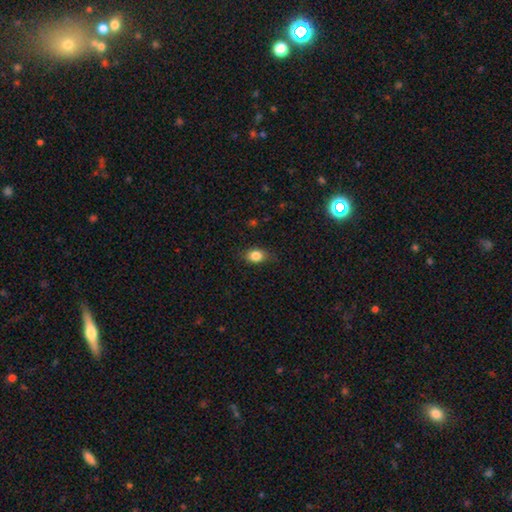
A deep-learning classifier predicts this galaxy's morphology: Q: Smooth or featured?
A: smooth (84%); runner-up: star or artifact (9%)
Q: How rounded?
A: in between (67%); runner-up: round (31%)
Q: Merging?
A: none (79%); runner-up: minor disturbance (17%)